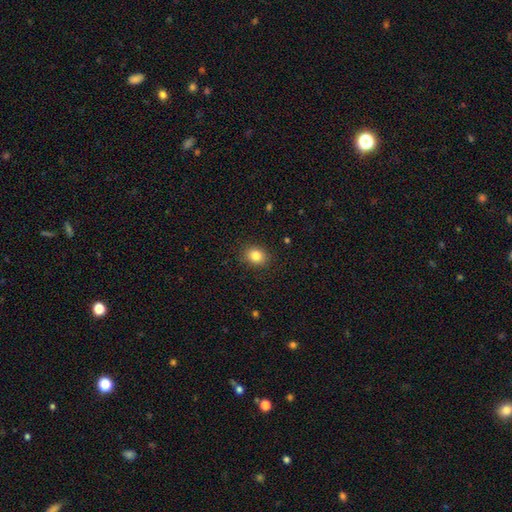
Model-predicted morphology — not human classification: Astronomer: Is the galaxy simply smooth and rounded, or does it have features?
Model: smooth — 84%.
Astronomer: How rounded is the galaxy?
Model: round — 52% (runner-up: in between, 47%).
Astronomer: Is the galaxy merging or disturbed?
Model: none — 88%.